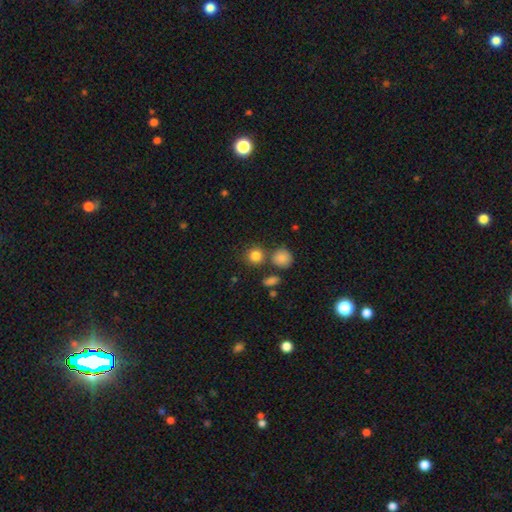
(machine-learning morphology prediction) smooth 83%, star or artifact 11%, featured or disk 6%. Down the decision tree: how rounded — round (89%); merging — none (73%).